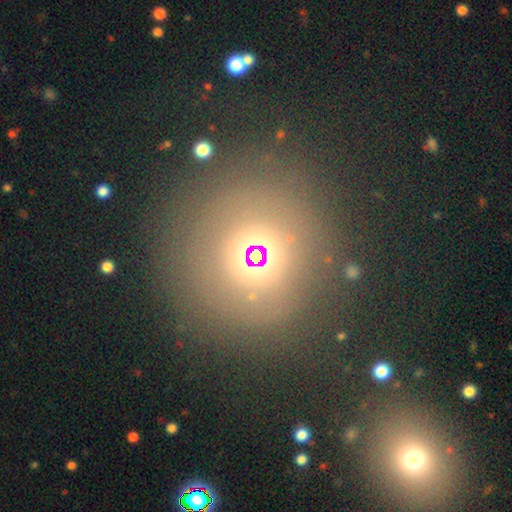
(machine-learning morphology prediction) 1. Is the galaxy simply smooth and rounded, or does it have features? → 44% smooth, 40% star or artifact, 16% featured or disk.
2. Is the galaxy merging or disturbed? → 82% none, 9% minor disturbance, 5% major disturbance, 3% merger.